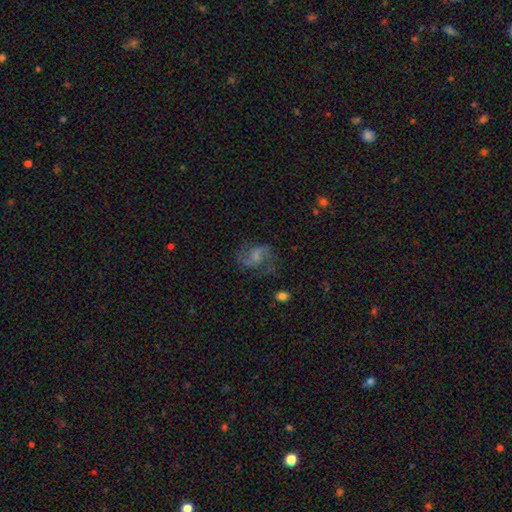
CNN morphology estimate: This is likely a featured or disk galaxy (69%). It is clearly not viewed edge-on (97%). Bar: possibly weak (46%). Spiral arm pattern: clearly yes (88%). Spiral arm count: clearly 2 (84%). Spiral winding: possibly loose (51%). Central bulge: marginally small (43%). Merging: likely none (60%).